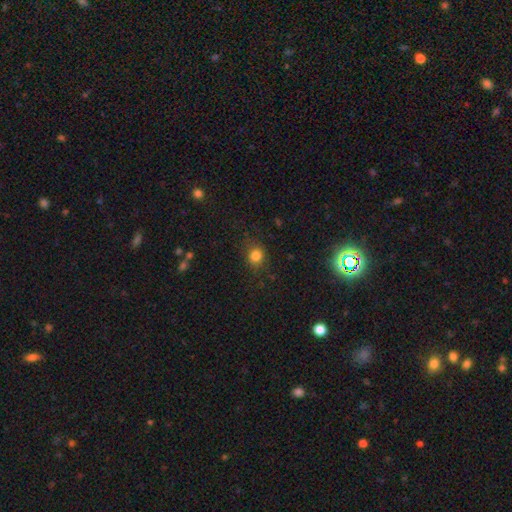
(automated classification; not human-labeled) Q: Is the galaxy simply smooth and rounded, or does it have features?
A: smooth — 81%.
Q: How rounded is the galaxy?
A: round — 78%.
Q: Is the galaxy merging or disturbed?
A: none — 80%.